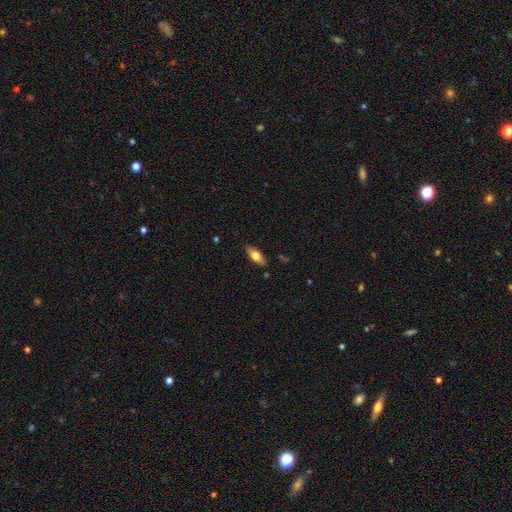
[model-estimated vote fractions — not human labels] The model was most divided on "smooth or featured": smooth: 64%, featured or disk: 29%, star or artifact: 7%. More confident: merging — none (84%); how rounded — in between (75%).